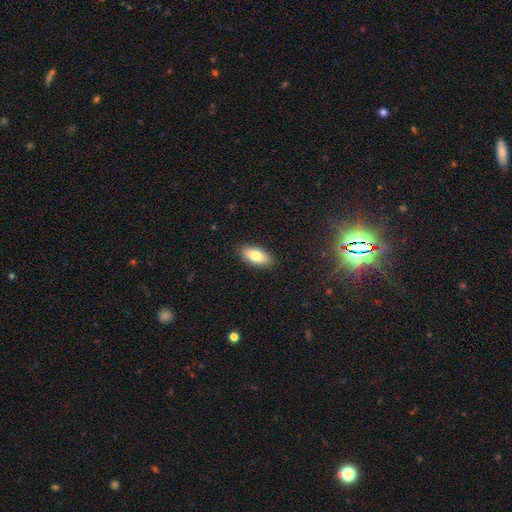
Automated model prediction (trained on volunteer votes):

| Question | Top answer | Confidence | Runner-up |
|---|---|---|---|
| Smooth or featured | smooth | 79% | featured or disk (14%) |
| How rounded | in between | 89% | cigar-shaped (8%) |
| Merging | none | 89% | minor disturbance (8%) |